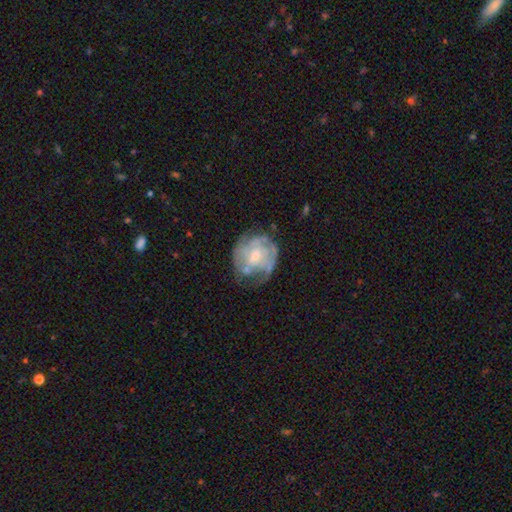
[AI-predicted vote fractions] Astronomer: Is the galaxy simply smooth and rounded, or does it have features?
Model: featured or disk — 70%.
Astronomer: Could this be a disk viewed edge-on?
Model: no — 98%.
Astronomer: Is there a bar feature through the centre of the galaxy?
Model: no — 65%.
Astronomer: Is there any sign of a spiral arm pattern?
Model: yes — 69%.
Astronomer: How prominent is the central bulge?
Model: moderate — 48% (runner-up: small, 38%).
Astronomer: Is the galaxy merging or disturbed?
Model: none — 54%.